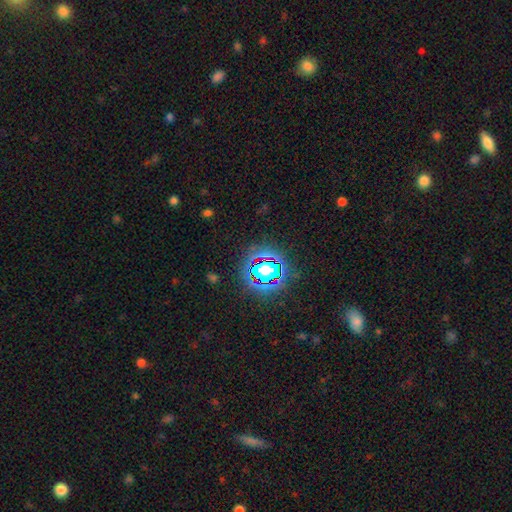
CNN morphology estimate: This is likely a star or artifact rather than a galaxy (79%).